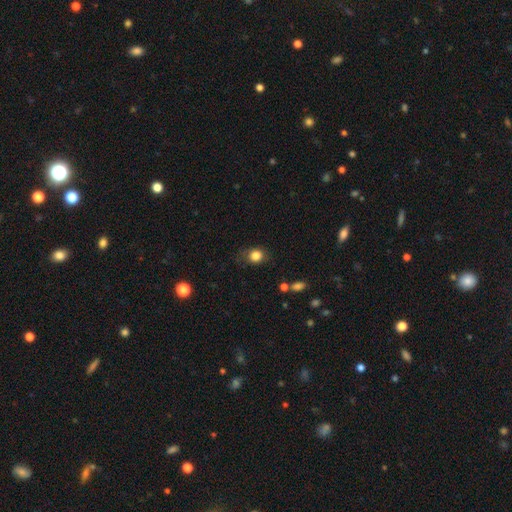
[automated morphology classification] Q: Smooth or featured?
A: smooth (83%); runner-up: star or artifact (10%)
Q: How rounded?
A: round (62%); runner-up: in between (36%)
Q: Merging?
A: none (68%); runner-up: minor disturbance (22%)